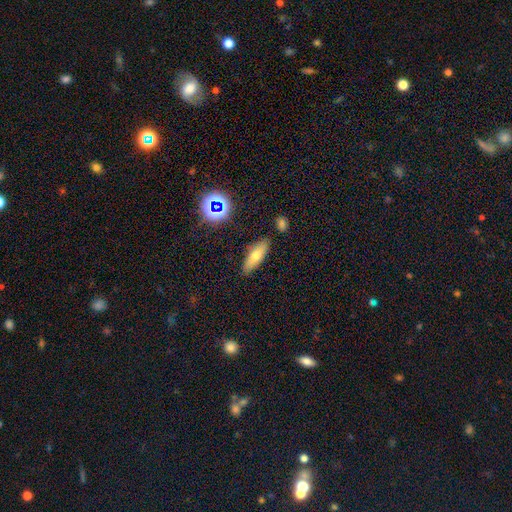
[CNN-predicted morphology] A smooth galaxy with no disk features (67%) that is in between round and cigar-shaped (56%). Merging: none (84%).